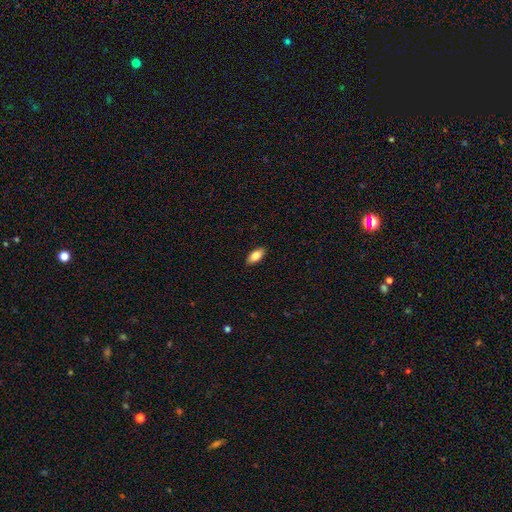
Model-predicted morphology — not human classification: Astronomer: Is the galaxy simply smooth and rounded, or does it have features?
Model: smooth — 82%.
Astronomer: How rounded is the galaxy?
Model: in between — 89%.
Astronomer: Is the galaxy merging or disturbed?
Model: none — 89%.